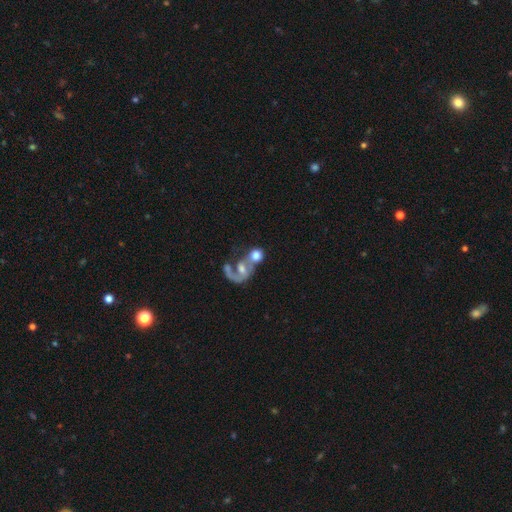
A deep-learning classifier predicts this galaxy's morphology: Smooth or featured?
  - smooth: 47% *
  - featured or disk: 44%
  - star or artifact: 9%
Merging?
  - merger: 64% *
  - none: 16%
  - major disturbance: 14%
  - minor disturbance: 6%